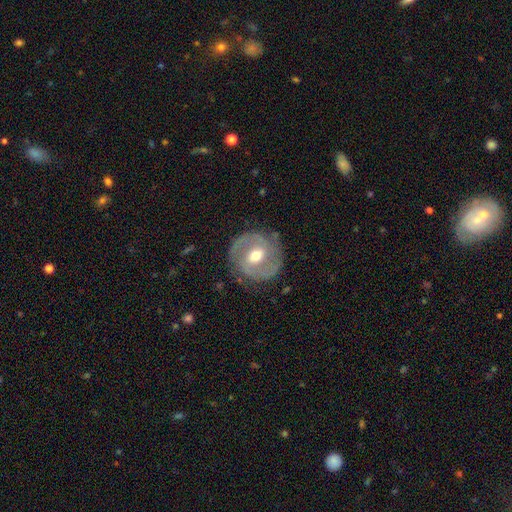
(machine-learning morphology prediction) Smooth or featured?
  - featured or disk: 77% *
  - smooth: 17%
  - star or artifact: 6%
Edge-on disk?
  - no: 97% *
  - yes: 3%
Bar?
  - weak: 49% *
  - no: 30%
  - strong: 21%
Spiral arms?
  - yes: 87% *
  - no: 13%
Spiral winding?
  - medium: 44% *
  - tight: 40%
  - loose: 16%
Spiral arm count?
  - 2: 84% *
  - can't tell: 8%
  - 3: 3%
  - 1: 3%
  - 4: 1%
  - more than 4: 1%
Bulge size?
  - moderate: 73% *
  - small: 20%
  - large: 6%
  - dominant: 1%
  - none: 1%
Merging?
  - none: 81% *
  - minor disturbance: 13%
  - major disturbance: 5%
  - merger: 1%